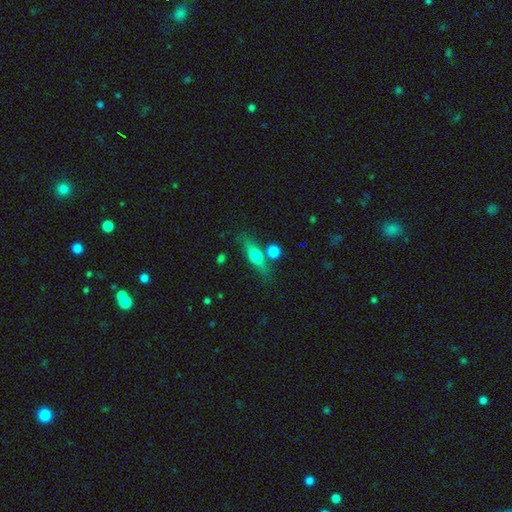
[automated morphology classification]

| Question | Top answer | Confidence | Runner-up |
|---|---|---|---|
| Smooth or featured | smooth | 56% | featured or disk (36%) |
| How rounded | cigar-shaped | 52% | in between (41%) |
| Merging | none | 66% | merger (15%) |